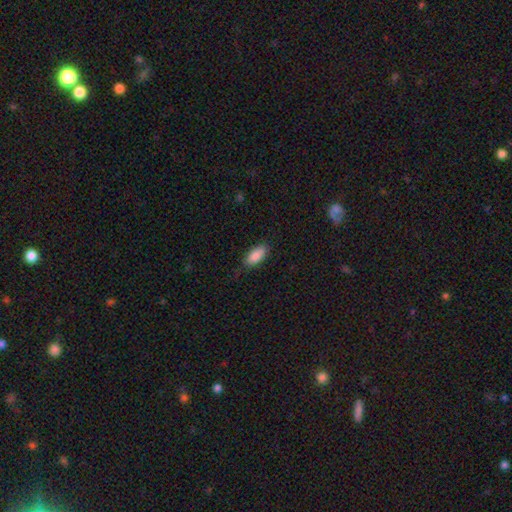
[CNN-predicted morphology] Smooth or featured: smooth — 89% (star or artifact — 6%)
How rounded: in between — 89% (cigar-shaped — 9%)
Merging: none — 81% (minor disturbance — 15%)